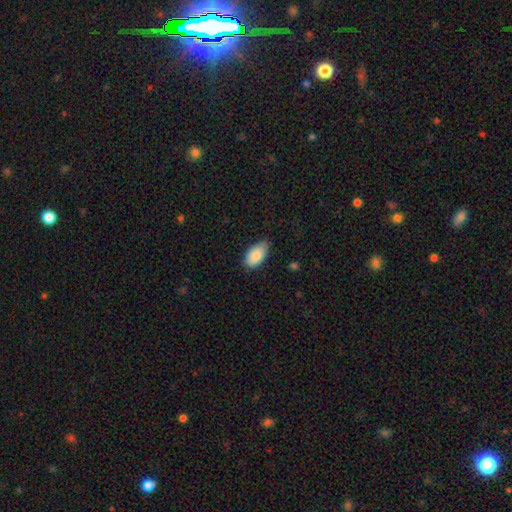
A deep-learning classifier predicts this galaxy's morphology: smooth-or-featured: smooth: 86% | featured or disk: 7% | star or artifact: 6%
  how-rounded: in between: 95% | round: 3% | cigar-shaped: 2%
  merging: none: 73% | minor disturbance: 23% | major disturbance: 3% | merger: 1%